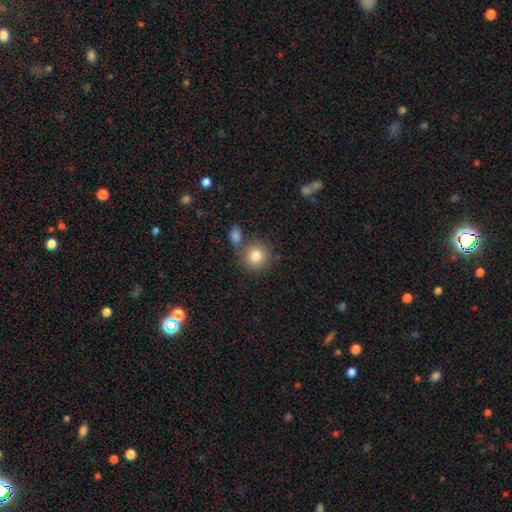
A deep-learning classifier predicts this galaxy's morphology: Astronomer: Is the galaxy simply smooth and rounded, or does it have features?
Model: smooth — 83%.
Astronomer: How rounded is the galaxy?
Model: round — 90%.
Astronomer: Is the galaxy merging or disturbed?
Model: none — 64%.